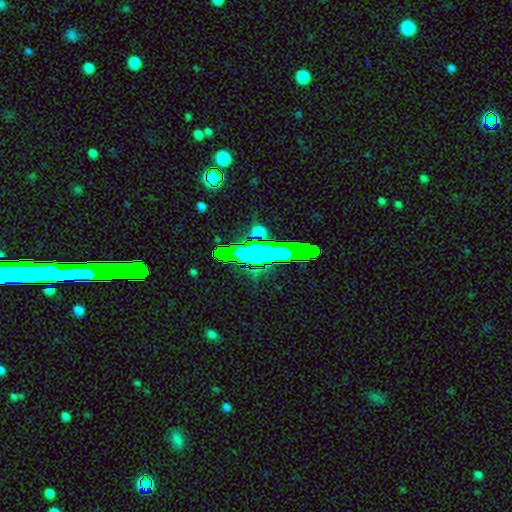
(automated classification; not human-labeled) Smooth or featured?
  - featured or disk: 45% *
  - star or artifact: 31%
  - smooth: 23%
Merging?
  - none: 78% *
  - minor disturbance: 13%
  - major disturbance: 5%
  - merger: 4%